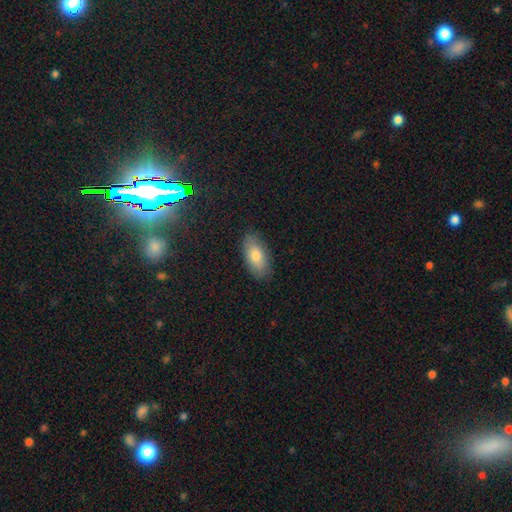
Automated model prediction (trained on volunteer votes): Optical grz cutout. It shows a smooth galaxy with no disk features (77%) that is in between round and cigar-shaped (91%). Merging: none (86%).